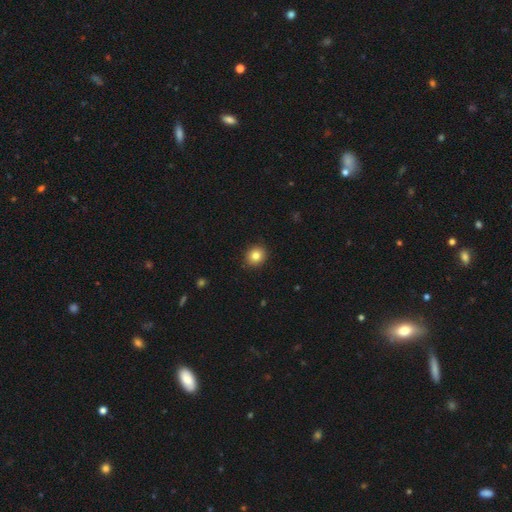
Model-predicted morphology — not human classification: smooth_or_featured: smooth (p=0.84) [alt: star or artifact p=0.10]
how_rounded: round (p=0.79) [alt: in between p=0.20]
merging: none (p=0.91) [alt: minor disturbance p=0.07]